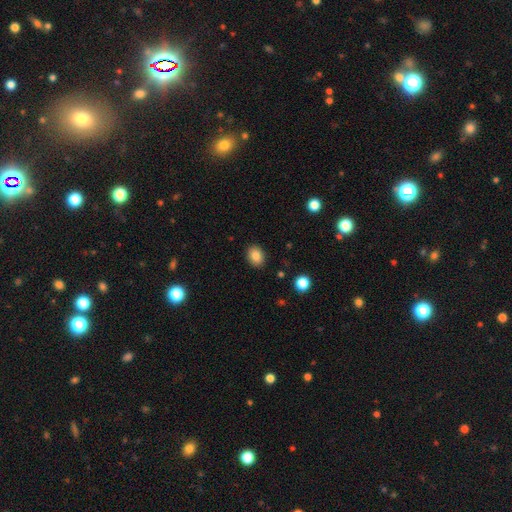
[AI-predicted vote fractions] Smooth or featured?
  - smooth: 86% *
  - star or artifact: 9%
  - featured or disk: 5%
How rounded?
  - in between: 59% *
  - round: 40%
  - cigar-shaped: 1%
Merging?
  - none: 89% *
  - minor disturbance: 8%
  - major disturbance: 2%
  - merger: 1%